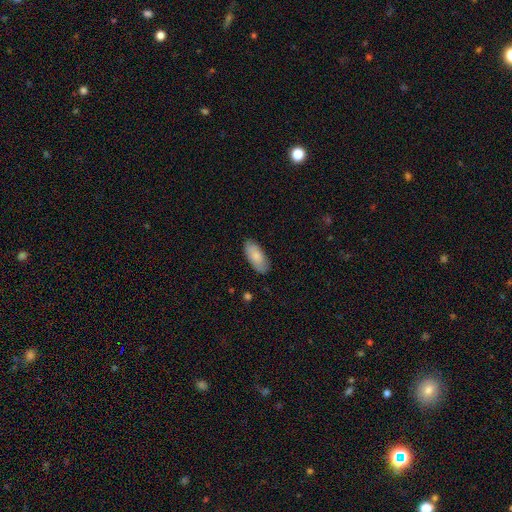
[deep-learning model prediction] This appears to be a smooth galaxy with no disk features (80%) that is in between round and cigar-shaped (90%). Merging: none (84%).